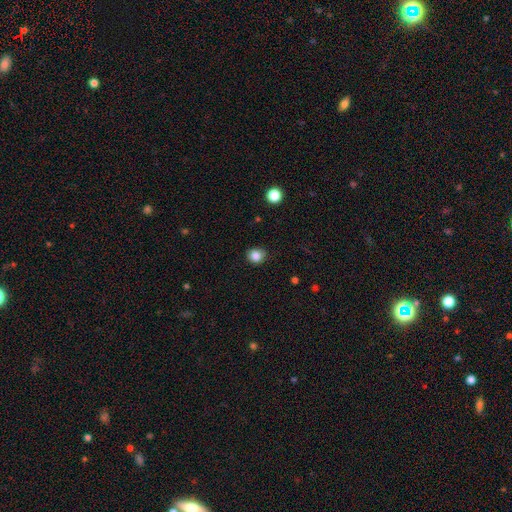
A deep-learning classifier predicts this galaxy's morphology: This appears to be a smooth galaxy with no disk features (84%) that is round (76%). Merging: none (82%).